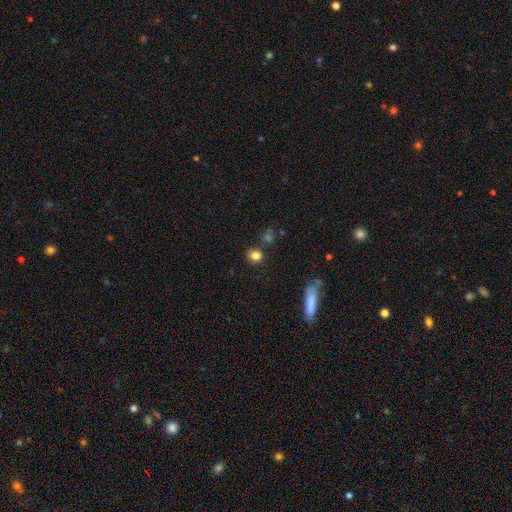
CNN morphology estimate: smooth-or-featured: smooth: 82% | star or artifact: 13% | featured or disk: 6%
  how-rounded: round: 69% | in between: 29% | cigar-shaped: 2%
  merging: none: 80% | minor disturbance: 11% | merger: 6% | major disturbance: 3%